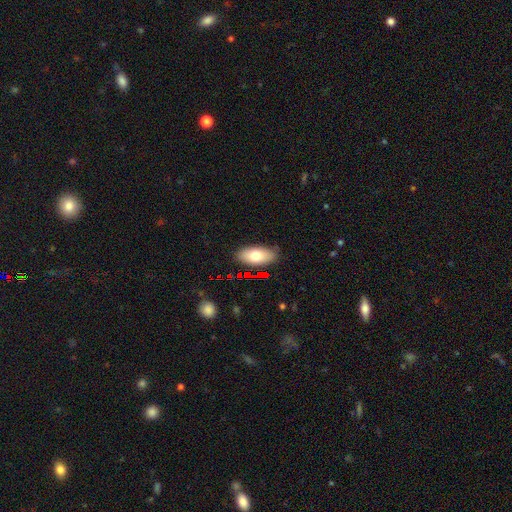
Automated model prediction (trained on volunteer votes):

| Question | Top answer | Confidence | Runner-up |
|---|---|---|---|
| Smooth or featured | smooth | 74% | featured or disk (18%) |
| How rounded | in between | 89% | cigar-shaped (7%) |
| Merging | none | 84% | minor disturbance (12%) |